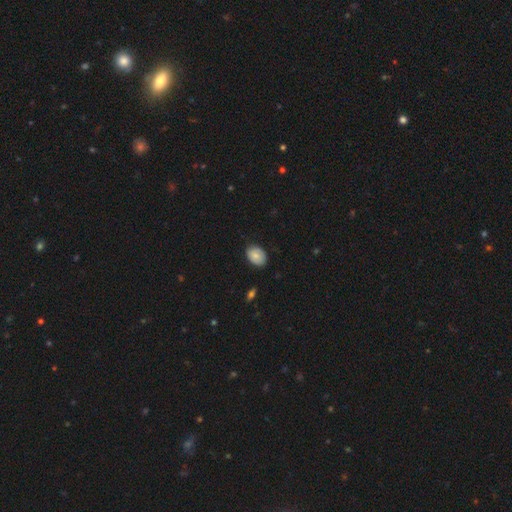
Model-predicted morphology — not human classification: Smooth or featured? smooth (80%)
How rounded? in between (75%)
Merging? none (77%)